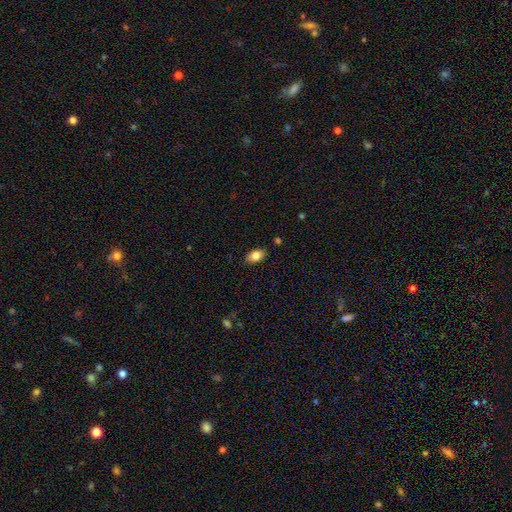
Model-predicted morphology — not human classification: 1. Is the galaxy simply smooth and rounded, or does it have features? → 84% smooth, 9% featured or disk, 8% star or artifact.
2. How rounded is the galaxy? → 90% in between, 7% round, 2% cigar-shaped.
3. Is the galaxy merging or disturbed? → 85% none, 11% minor disturbance, 2% major disturbance, 1% merger.